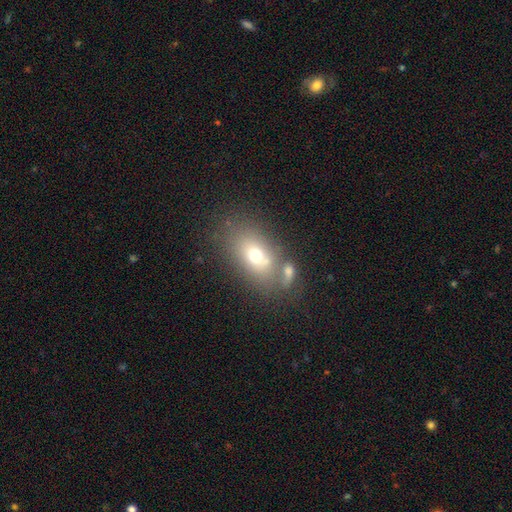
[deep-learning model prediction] Smooth or featured: smooth — 66% (featured or disk — 22%)
How rounded: in between — 78% (round — 20%)
Merging: none — 53% (merger — 24%)